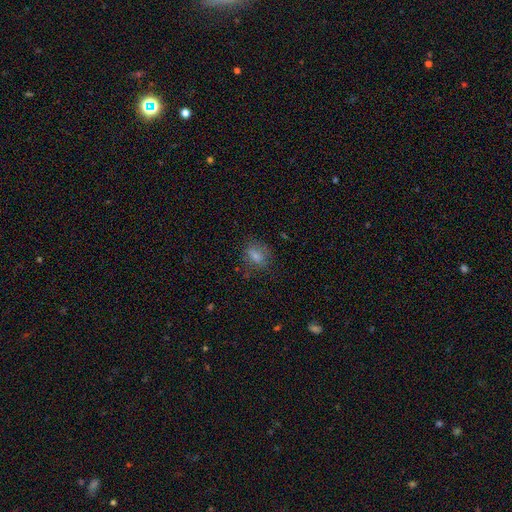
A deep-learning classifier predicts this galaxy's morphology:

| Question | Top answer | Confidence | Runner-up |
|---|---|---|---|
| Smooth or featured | smooth | 66% | star or artifact (19%) |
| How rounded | in between | 58% | round (39%) |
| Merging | none | 76% | minor disturbance (16%) |